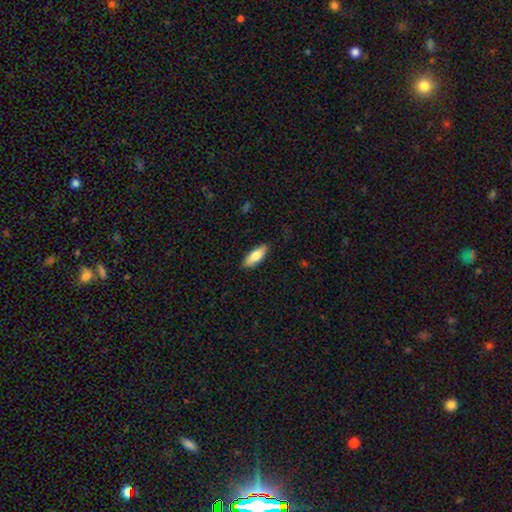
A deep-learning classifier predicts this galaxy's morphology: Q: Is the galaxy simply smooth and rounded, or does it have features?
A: smooth — 79%.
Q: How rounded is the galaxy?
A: in between — 69%.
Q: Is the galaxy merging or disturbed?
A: none — 87%.